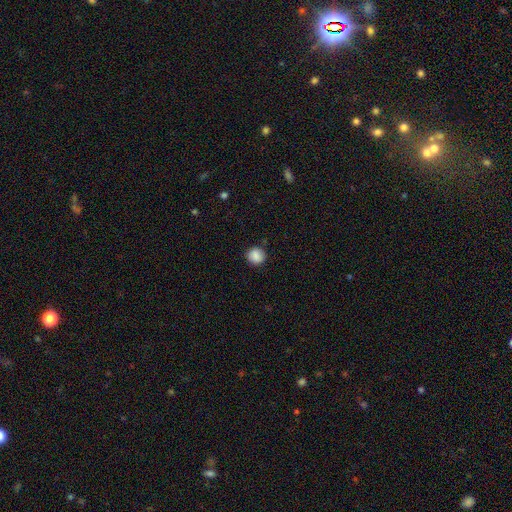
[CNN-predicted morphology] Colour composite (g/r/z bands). It shows a smooth galaxy with no disk features (86%) that is round (89%). Merging: none (87%).